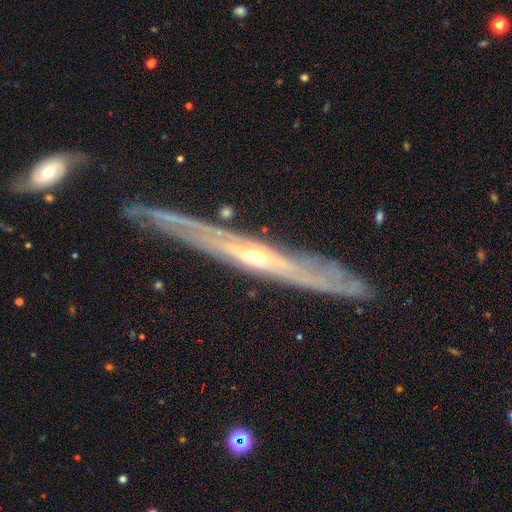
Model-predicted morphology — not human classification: featured or disk 84%, smooth 11%, star or artifact 5%. Down the decision tree: edge-on disk — yes (79%); edge-on bulge — rounded (69%); merging — none (80%).